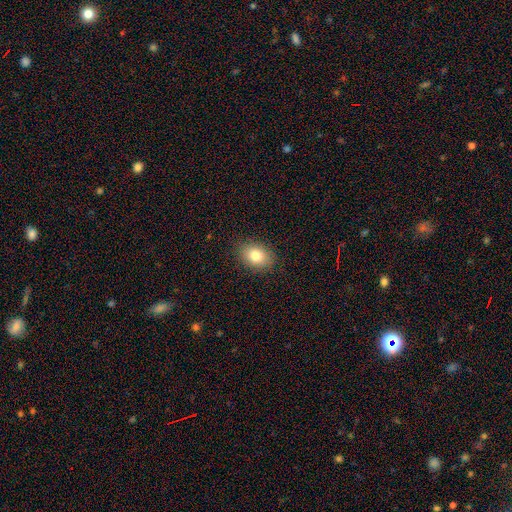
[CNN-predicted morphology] Smooth or featured: smooth — 81% (featured or disk — 10%)
How rounded: in between — 72% (round — 27%)
Merging: none — 88% (minor disturbance — 9%)